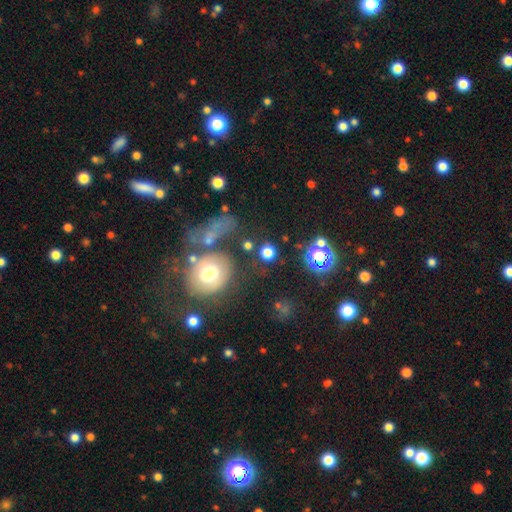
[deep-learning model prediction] A smooth galaxy with no disk features (49%).

Vote fractions:
- Smooth or featured? smooth: 49% / star or artifact: 30% / featured or disk: 21%
- Merging? none: 61% / minor disturbance: 14% / major disturbance: 13% / merger: 12%